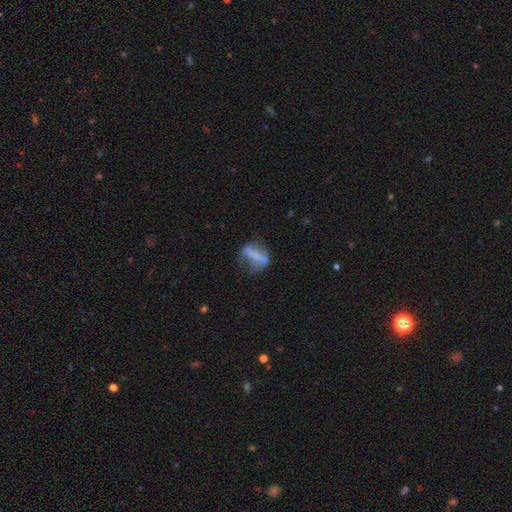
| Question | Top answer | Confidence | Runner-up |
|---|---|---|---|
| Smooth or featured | featured or disk | 58% | smooth (34%) |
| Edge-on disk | no | 86% | yes (14%) |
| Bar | strong | 58% | no (32%) |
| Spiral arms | no | 84% | yes (16%) |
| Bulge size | none | 63% | small (21%) |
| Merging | major disturbance | 40% | none (37%) |